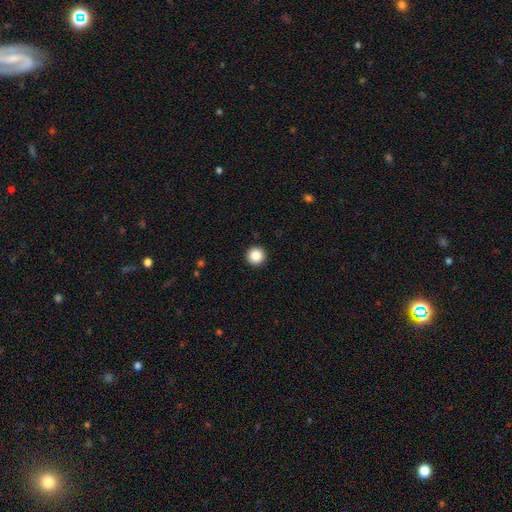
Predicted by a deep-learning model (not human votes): Morphology: type=smooth (87%); roundness=round (96%); merging=none (93%).